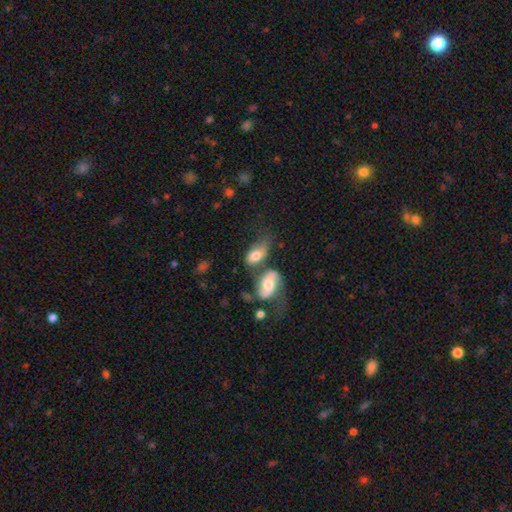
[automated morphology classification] This appears to be a smooth galaxy with no disk features (67%) that is in between round and cigar-shaped (89%). Merging: merger (48%).